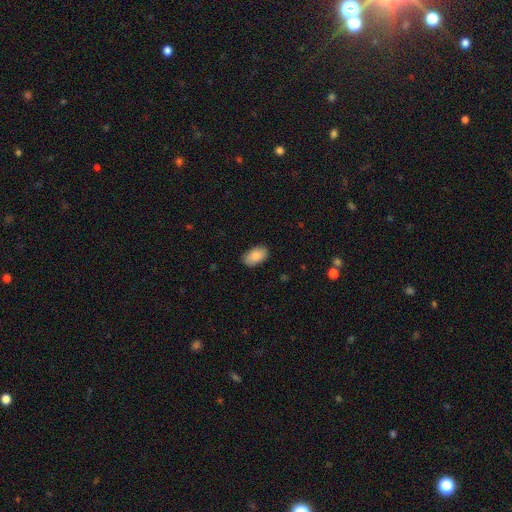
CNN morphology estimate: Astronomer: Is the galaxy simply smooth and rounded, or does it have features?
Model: smooth — 88%.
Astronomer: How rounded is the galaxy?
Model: in between — 94%.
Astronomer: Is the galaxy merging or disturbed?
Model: none — 86%.